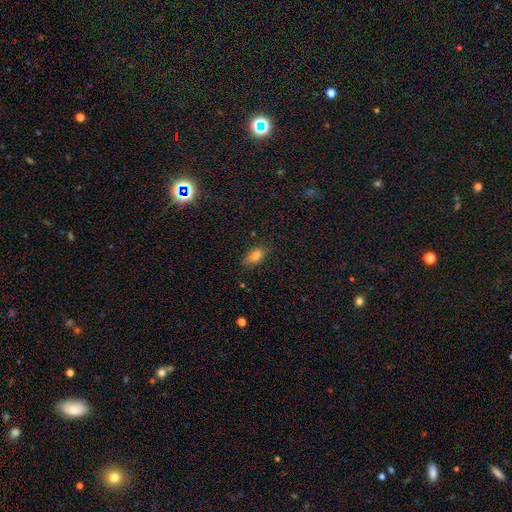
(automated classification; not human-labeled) This appears to be a smooth galaxy with no disk features (79%) that is in between round and cigar-shaped (86%). Merging: none (80%).